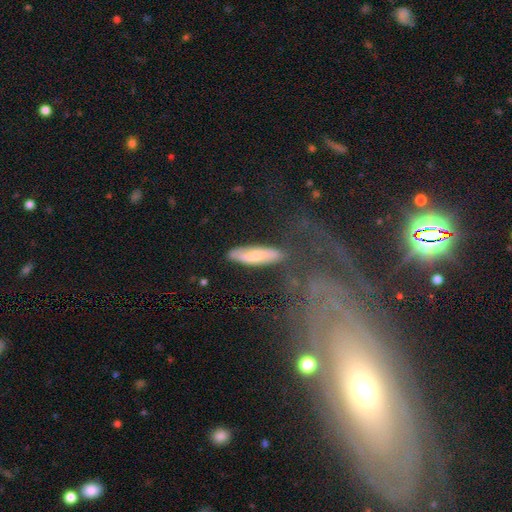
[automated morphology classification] A smooth galaxy with no disk features (52%) that is cigar-shaped (66%). Merging: none (75%).